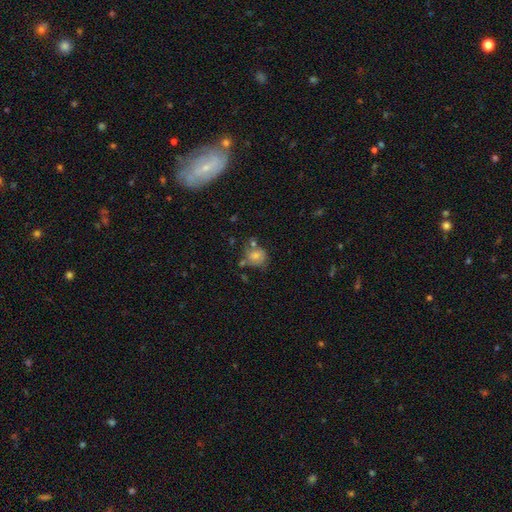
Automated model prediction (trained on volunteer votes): Smooth or featured?
  - smooth: 65% *
  - featured or disk: 24%
  - star or artifact: 11%
How rounded?
  - round: 65% *
  - in between: 34%
  - cigar-shaped: 1%
Merging?
  - none: 46% *
  - minor disturbance: 23%
  - merger: 19%
  - major disturbance: 11%